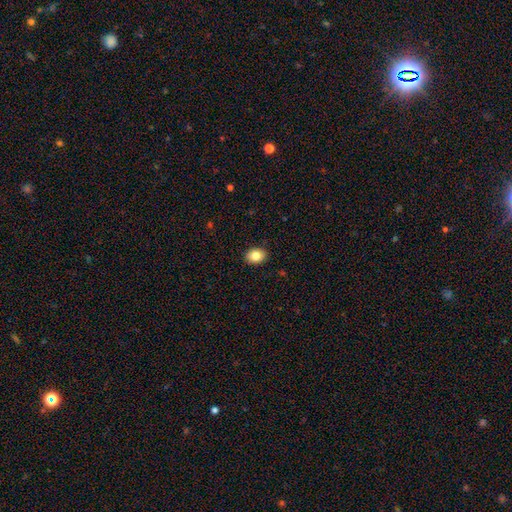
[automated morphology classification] A smooth galaxy with no disk features (84%) that is in between round and cigar-shaped (66%).

Vote fractions:
- Smooth or featured? smooth: 84% / star or artifact: 9% / featured or disk: 7%
- How rounded? in between: 66% / round: 33% / cigar-shaped: 1%
- Merging? none: 90% / minor disturbance: 7% / major disturbance: 2% / merger: 1%